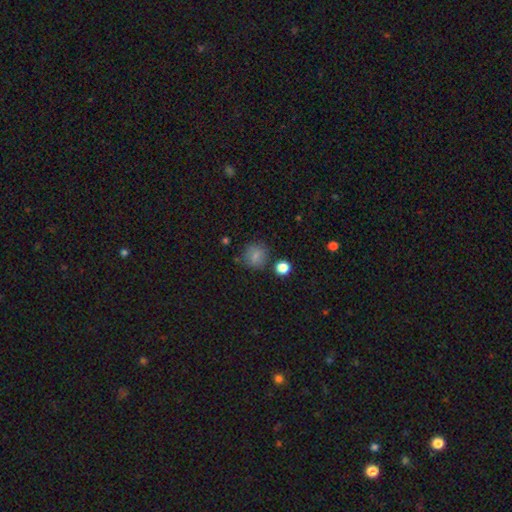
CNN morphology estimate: smooth 79%, star or artifact 13%, featured or disk 8%. Down the decision tree: how rounded — round (83%); merging — none (77%).